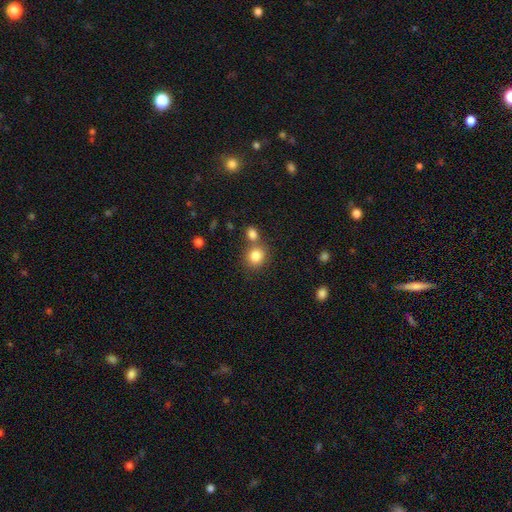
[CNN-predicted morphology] type=smooth (84%); roundness=round (78%); merging=none (59%).